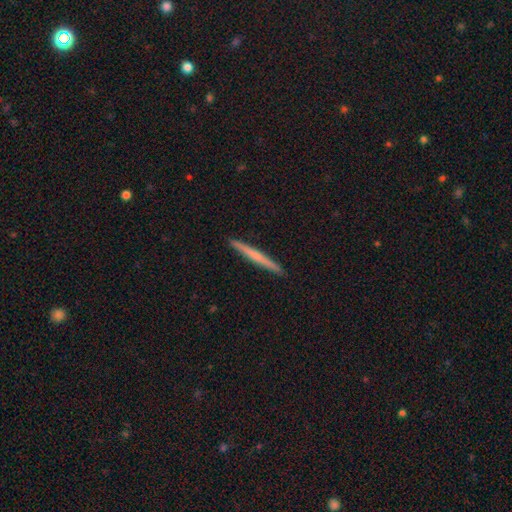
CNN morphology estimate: The model was most divided on "smooth or featured": smooth: 49%, featured or disk: 45%, star or artifact: 5%. More confident: merging — none (93%).